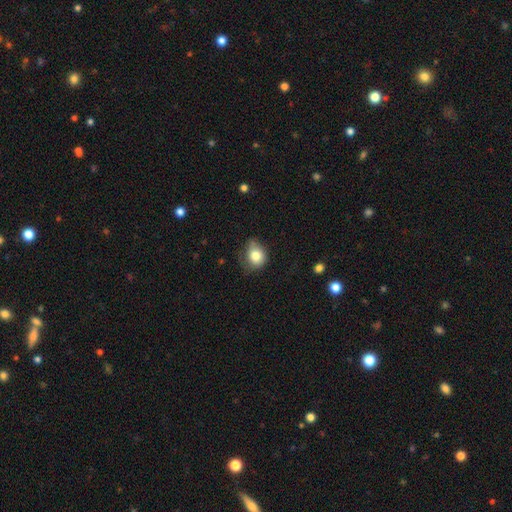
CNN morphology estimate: smooth 79%, featured or disk 12%, star or artifact 9%. Down the decision tree: how rounded — round (60%); merging — none (48%).